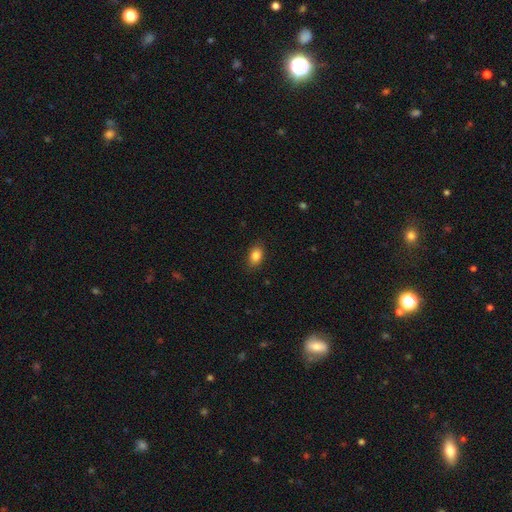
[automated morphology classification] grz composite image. It shows a smooth galaxy with no disk features (85%) that is in between round and cigar-shaped (82%). Merging: none (86%).